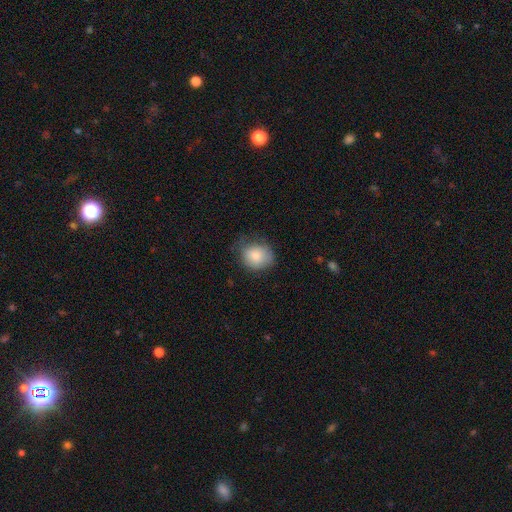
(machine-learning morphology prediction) smooth_or_featured: smooth (p=0.83) [alt: featured or disk p=0.10]
how_rounded: round (p=0.67) [alt: in between p=0.33]
merging: none (p=0.58) [alt: minor disturbance p=0.30]